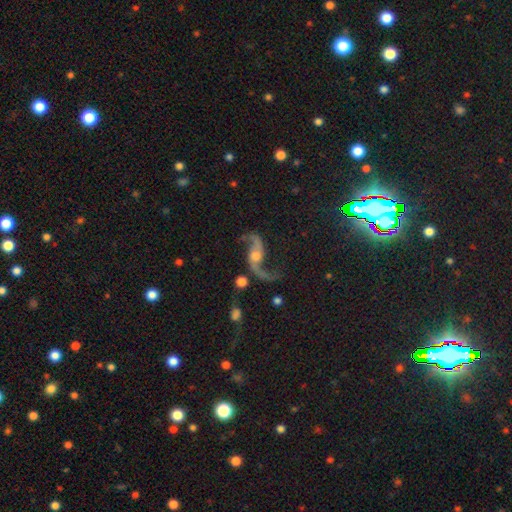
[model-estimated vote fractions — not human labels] smooth_or_featured: featured or disk (p=0.88) [alt: star or artifact p=0.08]
disk_edge_on: no (p=0.96) [alt: yes p=0.04]
bar: no (p=0.59) [alt: weak p=0.29]
has_spiral_arms: yes (p=0.97) [alt: no p=0.03]
spiral_winding: loose (p=0.89) [alt: medium p=0.09]
spiral_arm_count: 2 (p=0.93) [alt: 1 p=0.03]
bulge_size: moderate (p=0.49) [alt: small p=0.35]
merging: none (p=0.71) [alt: minor disturbance p=0.13]